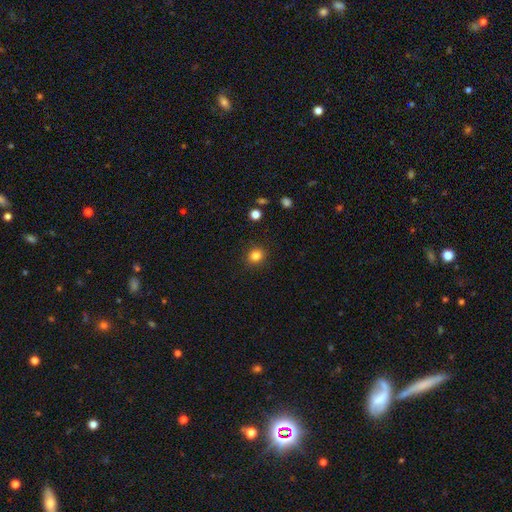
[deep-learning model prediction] A smooth galaxy with no disk features (83%) that is round (78%).

Vote fractions:
- Smooth or featured? smooth: 83% / star or artifact: 12% / featured or disk: 5%
- How rounded? round: 78% / in between: 21% / cigar-shaped: 1%
- Merging? none: 90% / minor disturbance: 6% / major disturbance: 2% / merger: 1%